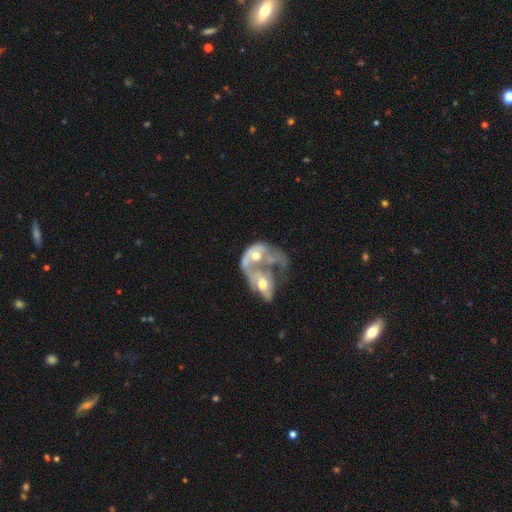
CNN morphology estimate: This appears to be a featured or disk galaxy (62%) with no bar (82%), no spiral arms (63%) and a moderate central bulge (67%). Merging: merger (78%).